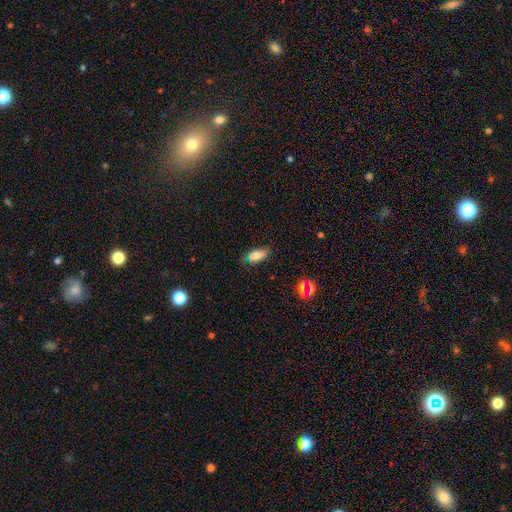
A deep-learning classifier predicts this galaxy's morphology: Overall: smooth (77%). How rounded: in between (84%). Merging: none (66%).